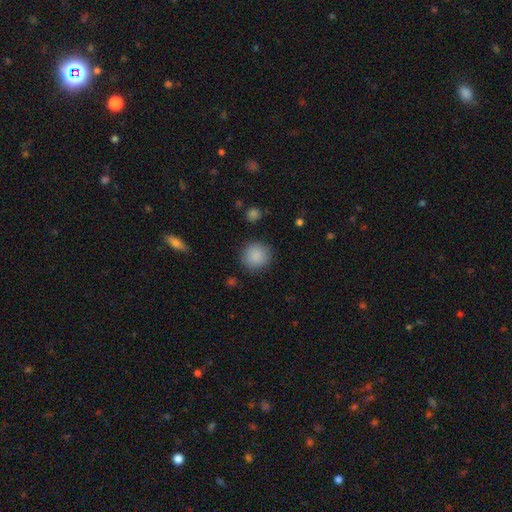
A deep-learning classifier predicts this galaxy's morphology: Overall: smooth (88%). How rounded: round (92%). Merging: none (86%).